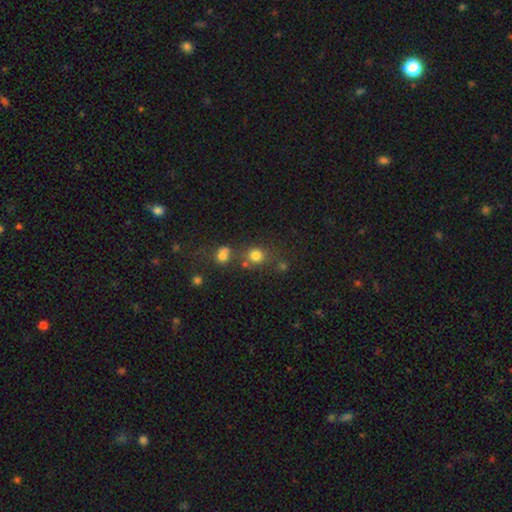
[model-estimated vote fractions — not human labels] A smooth galaxy with no disk features (76%) that is round (85%). Merging: none (66%).